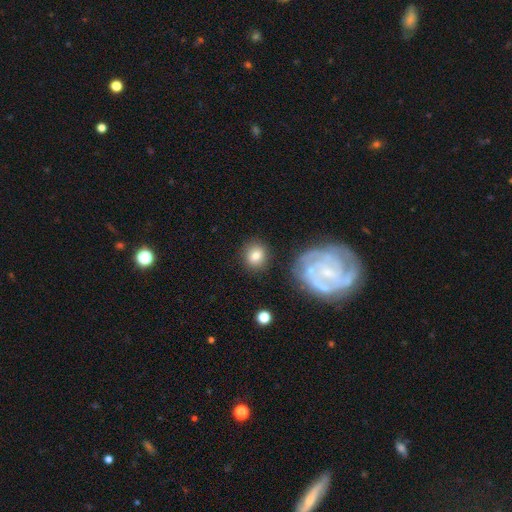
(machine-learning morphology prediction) Smooth or featured? Predicted: smooth (p=0.79). How rounded? Predicted: round (p=0.82). Merging? Predicted: none (p=0.83).